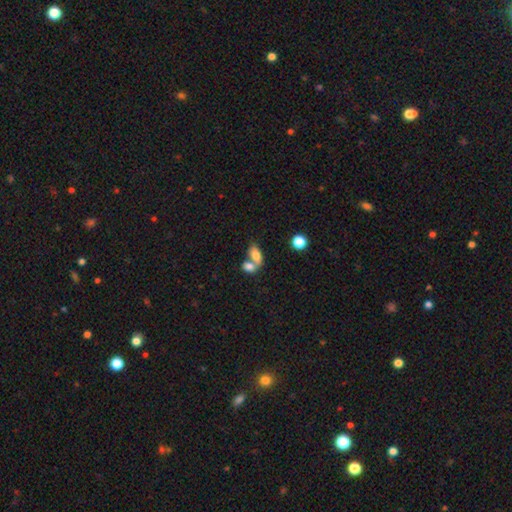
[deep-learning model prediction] This is likely a smooth galaxy (77%). How rounded: clearly in between (86%). Merging: likely merger (63%).